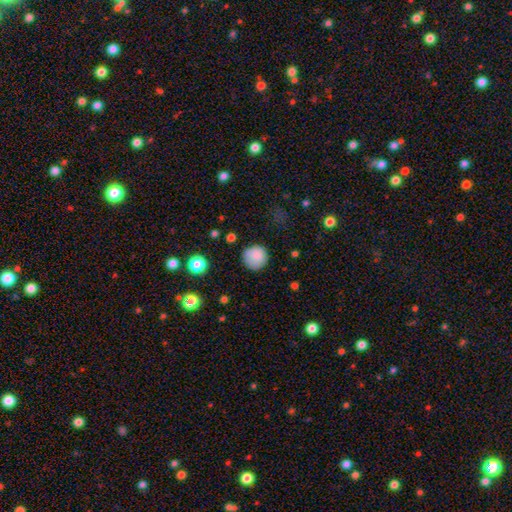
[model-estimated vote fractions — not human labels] smooth-or-featured: smooth: 84% | star or artifact: 9% | featured or disk: 7%
  how-rounded: round: 93% | in between: 6% | cigar-shaped: 1%
  merging: none: 79% | minor disturbance: 16% | major disturbance: 4% | merger: 2%